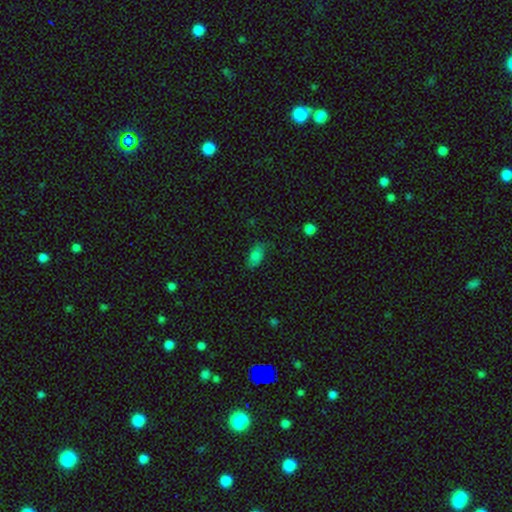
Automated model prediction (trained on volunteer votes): Q: Smooth or featured?
A: smooth (81%); runner-up: star or artifact (11%)
Q: How rounded?
A: in between (91%); runner-up: round (5%)
Q: Merging?
A: none (72%); runner-up: minor disturbance (21%)